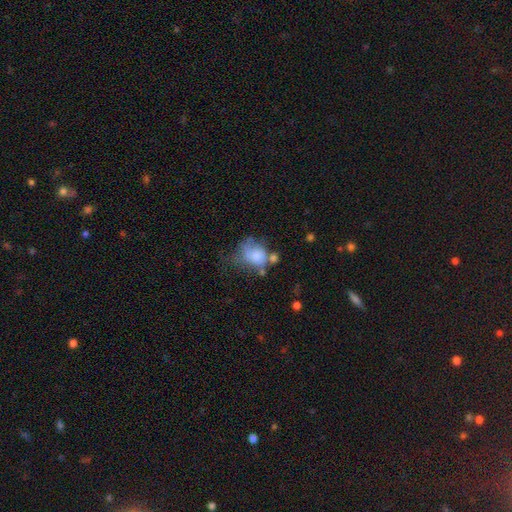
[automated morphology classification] A smooth galaxy with no disk features (64%) that is in between round and cigar-shaped (52%). Merging: major disturbance (32%).